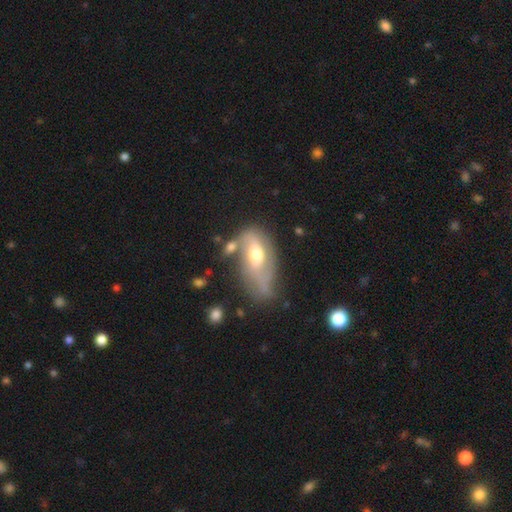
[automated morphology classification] Q: Smooth or featured?
A: featured or disk (60%); runner-up: smooth (33%)
Q: Edge-on disk?
A: no (87%); runner-up: yes (13%)
Q: Bar?
A: no (55%); runner-up: weak (33%)
Q: Spiral arms?
A: yes (63%); runner-up: no (37%)
Q: Bulge size?
A: moderate (70%); runner-up: large (14%)
Q: Merging?
A: none (34%); runner-up: minor disturbance (28%)